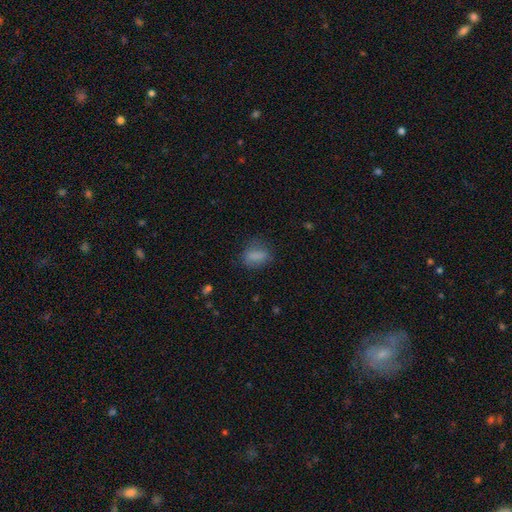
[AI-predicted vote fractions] Q: Smooth or featured?
A: smooth (80%); runner-up: featured or disk (11%)
Q: How rounded?
A: in between (74%); runner-up: round (17%)
Q: Merging?
A: none (69%); runner-up: minor disturbance (20%)